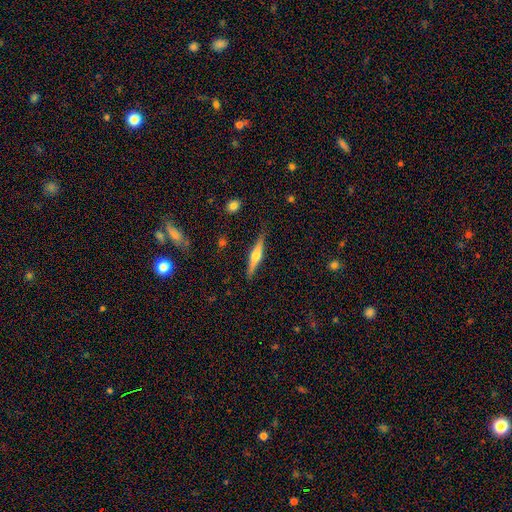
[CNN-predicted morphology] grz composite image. It shows a featured or disk galaxy (66%) viewed edge-on (97%) with a rounded central bulge (91%). Merging: none (88%).